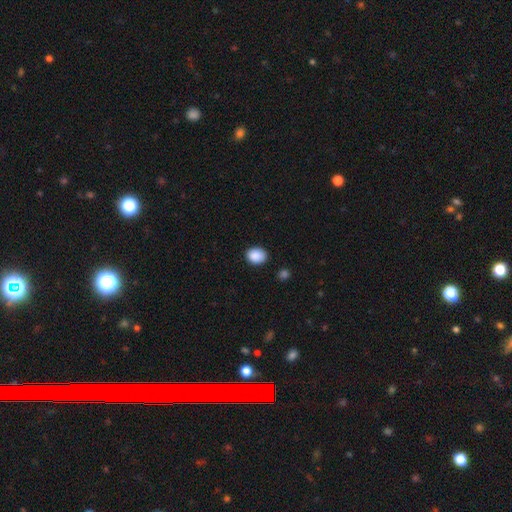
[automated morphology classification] smooth_or_featured: smooth (p=0.90) [alt: star or artifact p=0.08]
how_rounded: in between (p=0.54) [alt: round p=0.45]
merging: none (p=0.88) [alt: minor disturbance p=0.08]